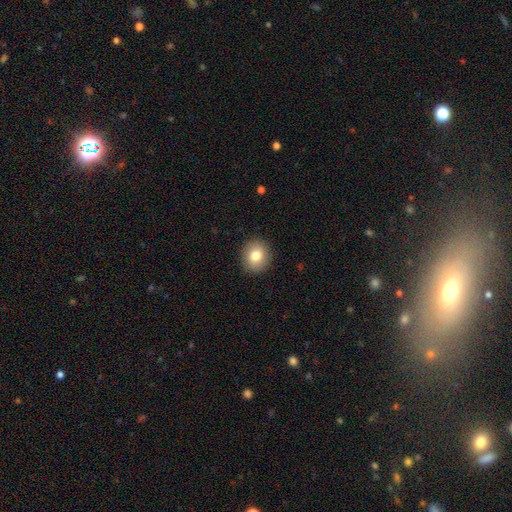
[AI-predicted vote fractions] smooth_or_featured: smooth (p=0.81) [alt: featured or disk p=0.10]
how_rounded: round (p=0.80) [alt: in between p=0.19]
merging: none (p=0.90) [alt: minor disturbance p=0.07]